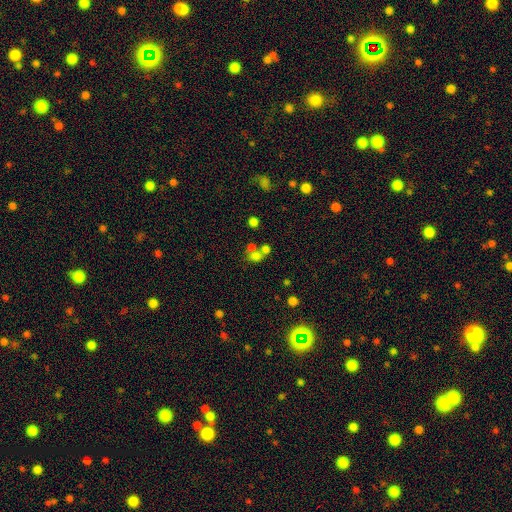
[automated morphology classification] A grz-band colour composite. It shows a smooth galaxy with no disk features (64%) that is round (61%). Merging: merger (49%).